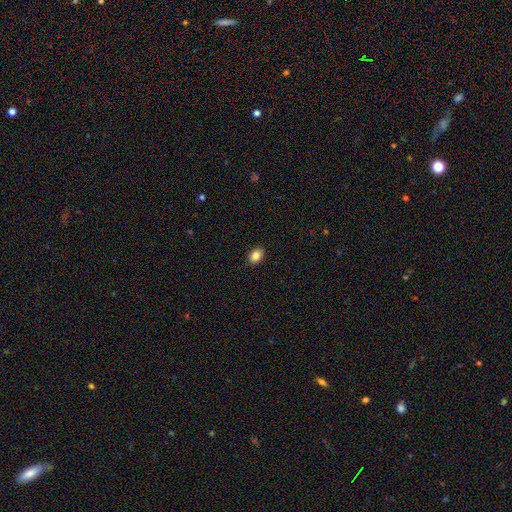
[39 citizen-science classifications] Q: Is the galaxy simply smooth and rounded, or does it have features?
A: smooth — 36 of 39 (92%).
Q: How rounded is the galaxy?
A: in between — 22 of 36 (61%).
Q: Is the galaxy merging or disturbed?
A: none — 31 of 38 (82%).